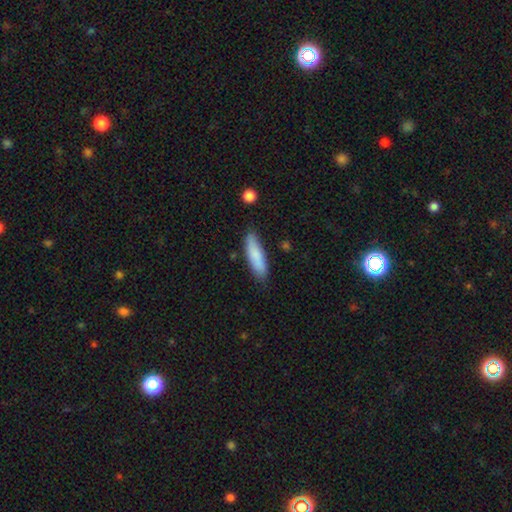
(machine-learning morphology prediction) Smooth or featured?
  - smooth: 83% *
  - featured or disk: 11%
  - star or artifact: 6%
How rounded?
  - cigar-shaped: 64% *
  - in between: 34%
  - round: 2%
Merging?
  - none: 81% *
  - minor disturbance: 14%
  - major disturbance: 3%
  - merger: 2%